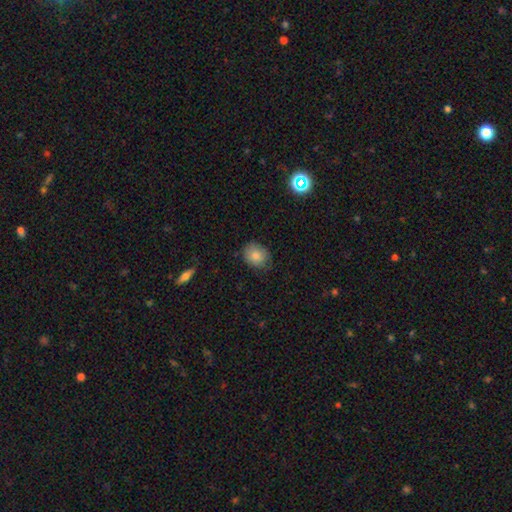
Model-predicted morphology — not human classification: smooth_or_featured: smooth (p=0.82) [alt: featured or disk p=0.09]
how_rounded: round (p=0.58) [alt: in between p=0.41]
merging: none (p=0.74) [alt: minor disturbance p=0.21]